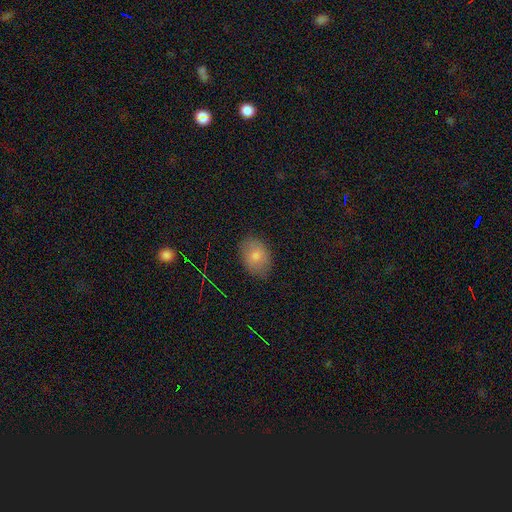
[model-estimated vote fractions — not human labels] Smooth or featured? smooth (79%)
How rounded? in between (79%)
Merging? none (81%)